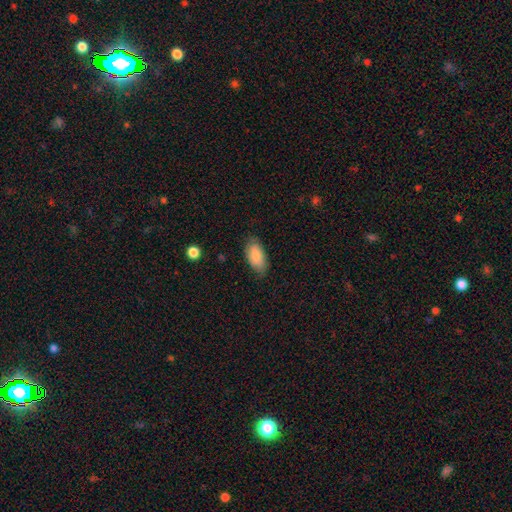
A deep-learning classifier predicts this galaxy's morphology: smooth 85%, featured or disk 9%, star or artifact 6%. Down the decision tree: how rounded — in between (93%); merging — none (75%).